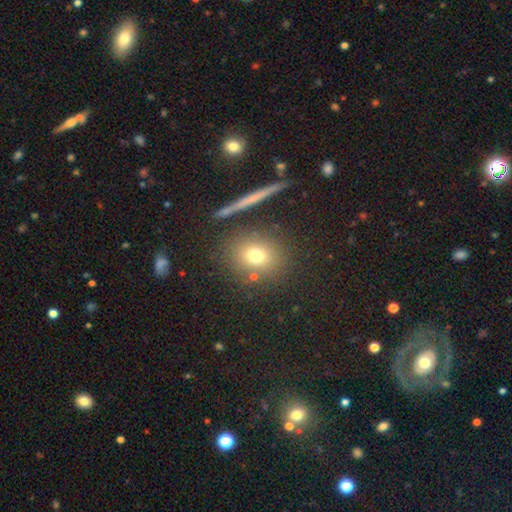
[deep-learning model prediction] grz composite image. It shows a smooth galaxy with no disk features (73%) that is round (74%). Merging: none (81%).